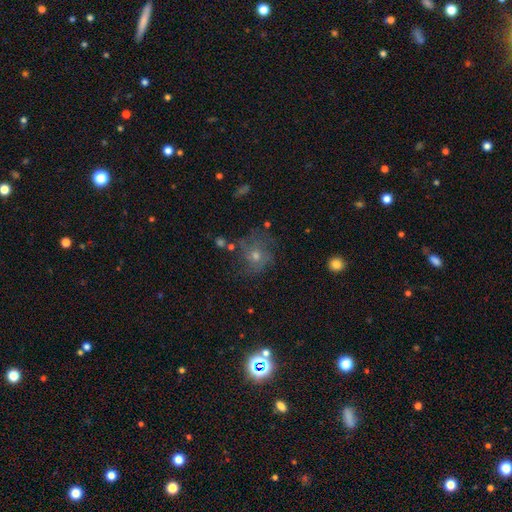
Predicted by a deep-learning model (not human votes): The model was most divided on "smooth or featured": featured or disk: 41%, smooth: 30%, star or artifact: 29%. More confident: merging — none (68%).